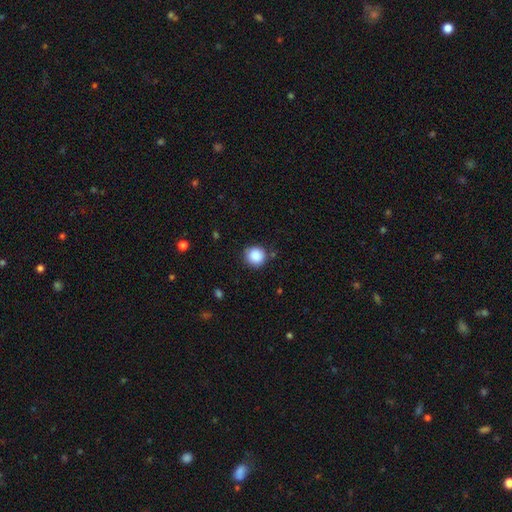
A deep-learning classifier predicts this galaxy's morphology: Smooth or featured?
  - smooth: 88% *
  - star or artifact: 9%
  - featured or disk: 3%
How rounded?
  - round: 93% *
  - in between: 6%
  - cigar-shaped: 1%
Merging?
  - none: 85% *
  - minor disturbance: 11%
  - major disturbance: 3%
  - merger: 2%